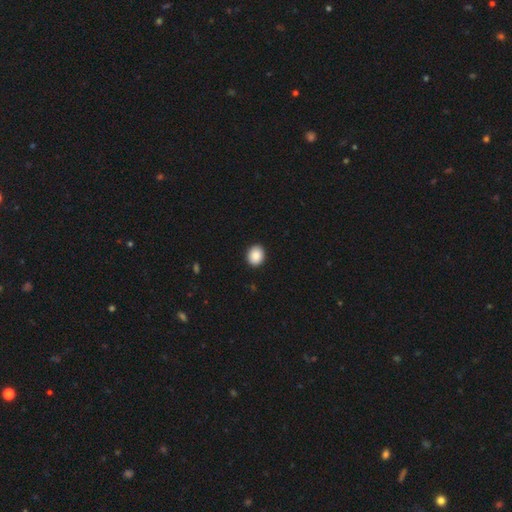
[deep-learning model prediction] A smooth galaxy with no disk features (89%) that is round (59%). Merging: none (92%).